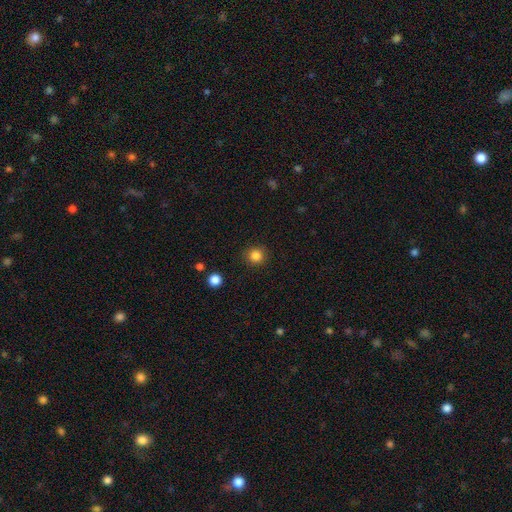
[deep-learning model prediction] smooth_or_featured: smooth (p=0.85) [alt: star or artifact p=0.12]
how_rounded: round (p=0.92) [alt: in between p=0.07]
merging: none (p=0.90) [alt: minor disturbance p=0.06]